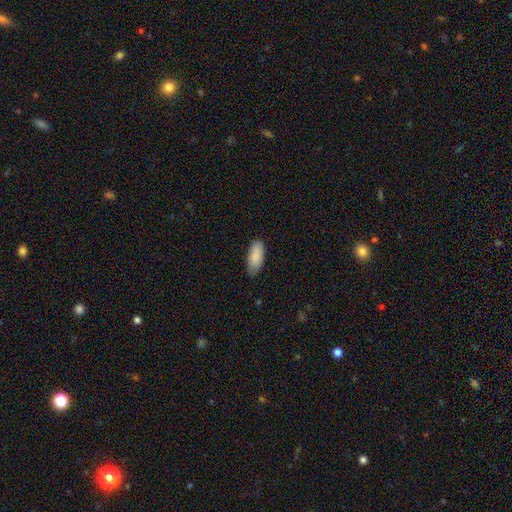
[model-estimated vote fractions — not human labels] Q: Smooth or featured?
A: smooth (88%); runner-up: featured or disk (6%)
Q: How rounded?
A: in between (87%); runner-up: cigar-shaped (11%)
Q: Merging?
A: none (78%); runner-up: minor disturbance (18%)